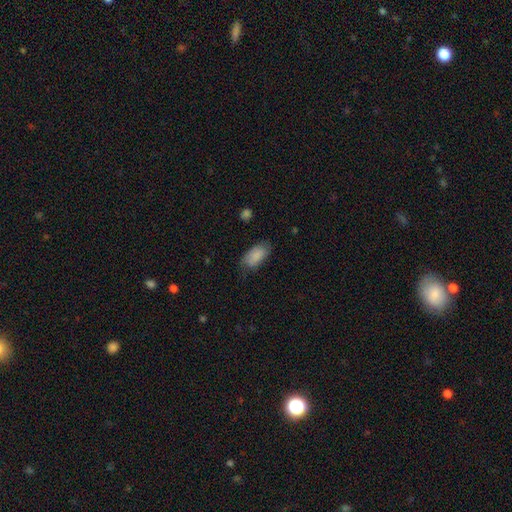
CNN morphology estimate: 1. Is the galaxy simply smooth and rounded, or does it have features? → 86% smooth, 8% featured or disk, 7% star or artifact.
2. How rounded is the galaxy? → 93% in between, 5% cigar-shaped, 3% round.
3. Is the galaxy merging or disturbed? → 68% none, 24% minor disturbance, 6% major disturbance, 1% merger.